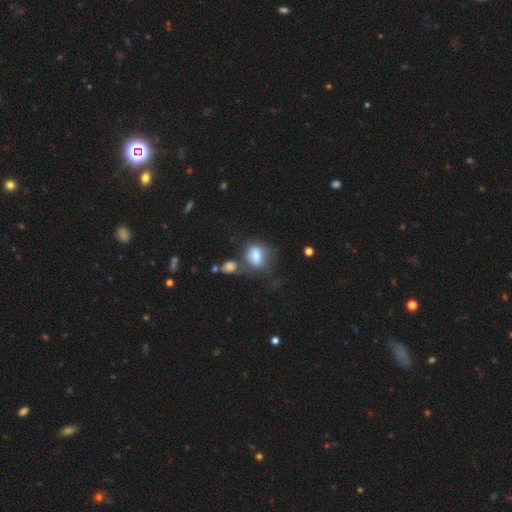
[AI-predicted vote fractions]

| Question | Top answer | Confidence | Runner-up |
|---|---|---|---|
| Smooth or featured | smooth | 76% | featured or disk (15%) |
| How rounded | in between | 59% | round (40%) |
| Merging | none | 32% | merger (28%) |